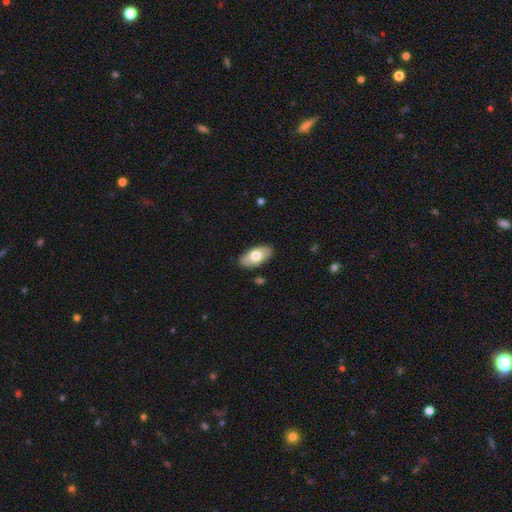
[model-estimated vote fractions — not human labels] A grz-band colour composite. It shows a smooth galaxy with no disk features (69%) that is in between round and cigar-shaped (93%). Merging: none (87%).